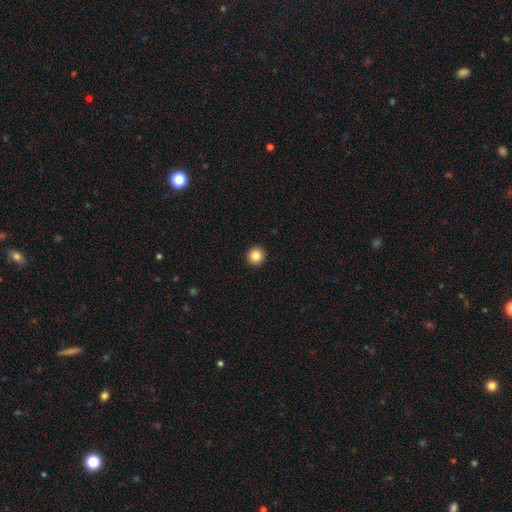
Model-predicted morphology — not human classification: A smooth galaxy with no disk features (85%) that is round (94%).

Vote fractions:
- Smooth or featured? smooth: 85% / star or artifact: 10% / featured or disk: 5%
- How rounded? round: 94% / in between: 5% / cigar-shaped: 1%
- Merging? none: 93% / minor disturbance: 4% / major disturbance: 1% / merger: 1%